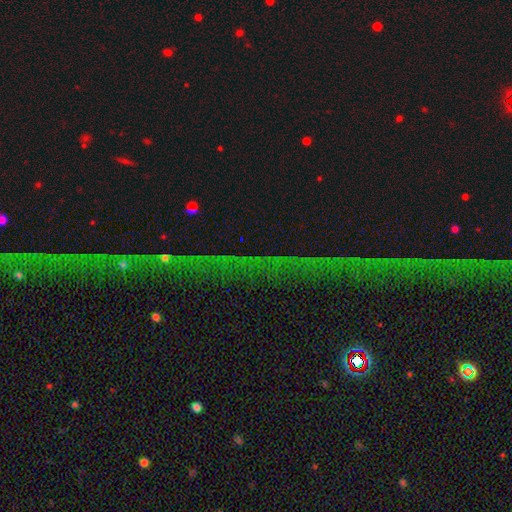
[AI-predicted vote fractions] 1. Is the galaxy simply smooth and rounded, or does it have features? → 75% star or artifact, 14% featured or disk, 11% smooth.